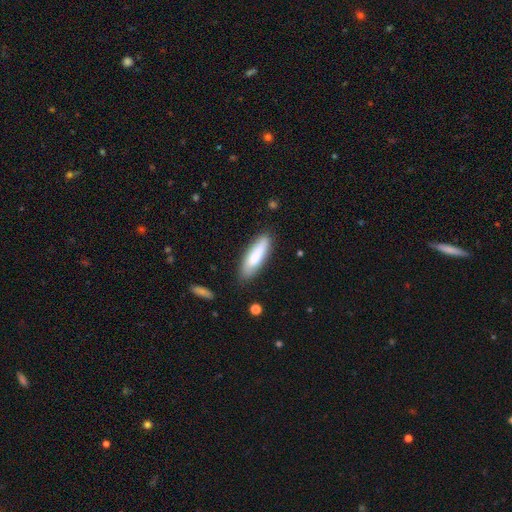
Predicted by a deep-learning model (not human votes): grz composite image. It shows a smooth galaxy with no disk features (78%) that is cigar-shaped (59%). Merging: none (82%).